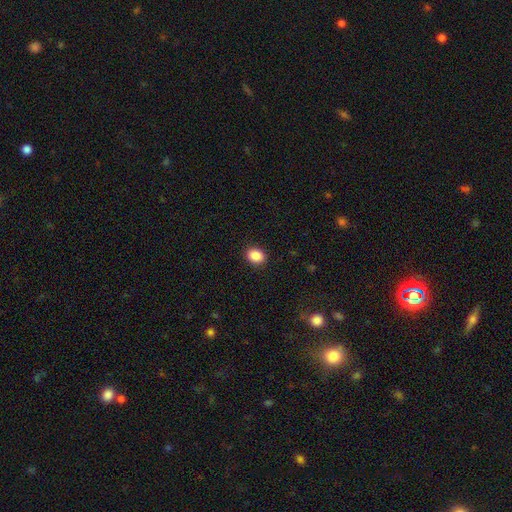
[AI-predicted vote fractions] This appears to be a smooth galaxy with no disk features (88%) that is in between round and cigar-shaped (59%). Merging: none (90%).